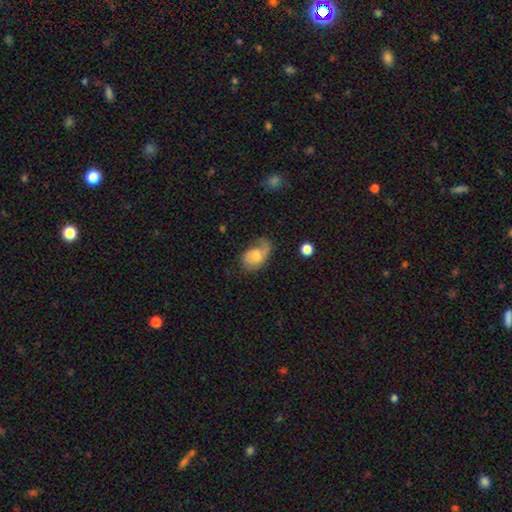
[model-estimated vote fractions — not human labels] Overall: smooth (48%; featured or disk 44%). Merging: none (38%; minor disturbance 30%).